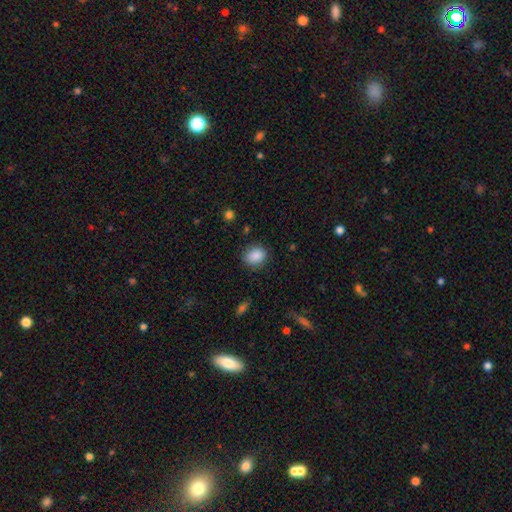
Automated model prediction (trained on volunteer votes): smooth-or-featured: smooth: 88% | star or artifact: 8% | featured or disk: 4%
  how-rounded: round: 57% | in between: 42% | cigar-shaped: 1%
  merging: none: 84% | minor disturbance: 12% | major disturbance: 3% | merger: 1%